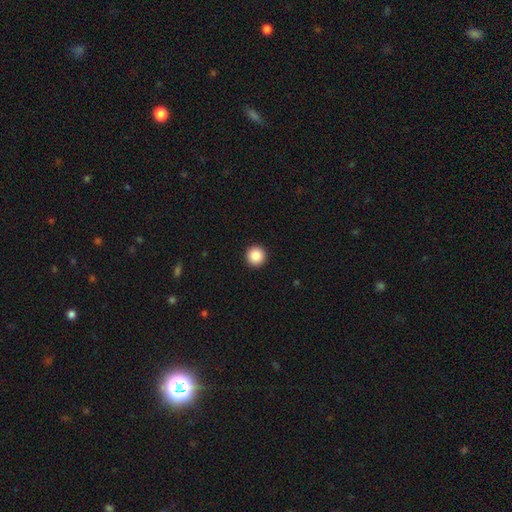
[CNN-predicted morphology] The model was most divided on "smooth or featured": smooth: 87%, star or artifact: 9%, featured or disk: 4%. More confident: how rounded — round (96%); merging — none (94%).